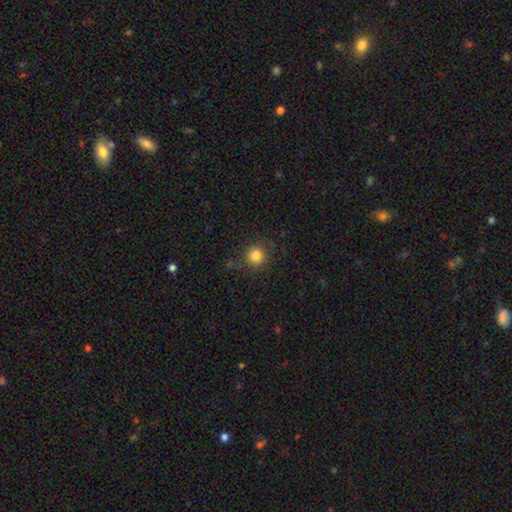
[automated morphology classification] A smooth galaxy with no disk features (82%) that is round (93%). Merging: none (83%).